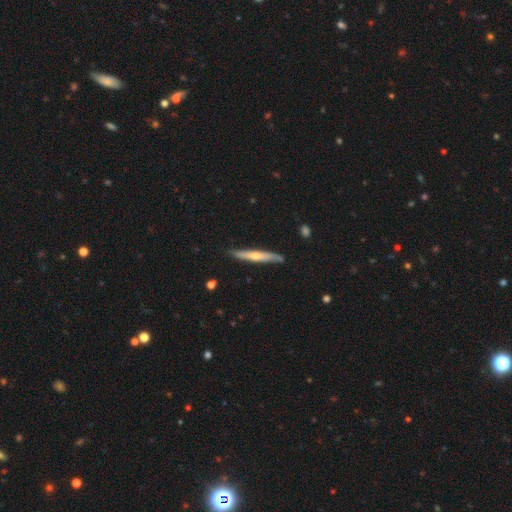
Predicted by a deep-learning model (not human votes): smooth_or_featured: featured or disk (p=0.59) [alt: smooth p=0.36]
disk_edge_on: yes (p=0.94) [alt: no p=0.06]
edge_on_bulge: rounded (p=0.77) [alt: none p=0.19]
merging: none (p=0.88) [alt: minor disturbance p=0.09]